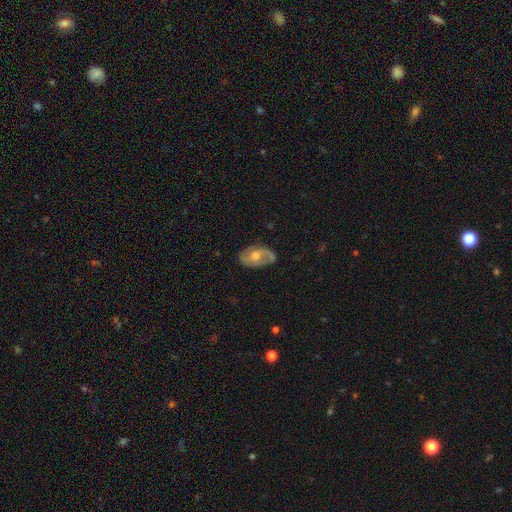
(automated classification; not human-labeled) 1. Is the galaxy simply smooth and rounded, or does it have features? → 72% featured or disk, 21% smooth, 7% star or artifact.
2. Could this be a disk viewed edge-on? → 95% no, 5% yes.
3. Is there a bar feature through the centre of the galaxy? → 58% no, 35% weak, 7% strong.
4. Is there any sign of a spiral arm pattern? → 84% yes, 16% no.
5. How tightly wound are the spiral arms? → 46% medium, 33% tight, 21% loose.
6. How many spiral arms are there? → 77% 2, 13% can't tell, 6% 1, 2% 3, 1% 4, 1% more than 4.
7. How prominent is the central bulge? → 64% moderate, 19% small, 13% large, 3% none, 1% dominant.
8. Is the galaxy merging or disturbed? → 76% none, 18% minor disturbance, 5% major disturbance, 1% merger.